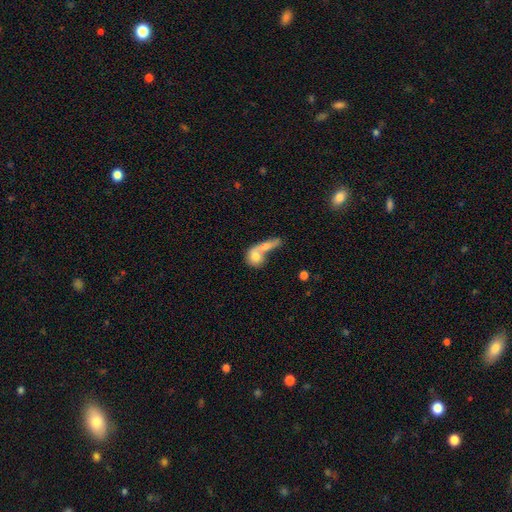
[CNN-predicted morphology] A smooth galaxy with no disk features (70%) that is round (56%). Merging: merger (66%).